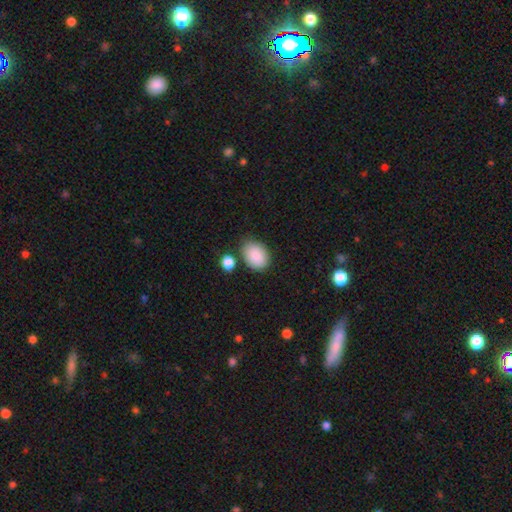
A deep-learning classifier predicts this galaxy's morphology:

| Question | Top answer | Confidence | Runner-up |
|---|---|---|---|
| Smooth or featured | smooth | 88% | star or artifact (7%) |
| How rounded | in between | 78% | round (21%) |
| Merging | none | 72% | minor disturbance (16%) |